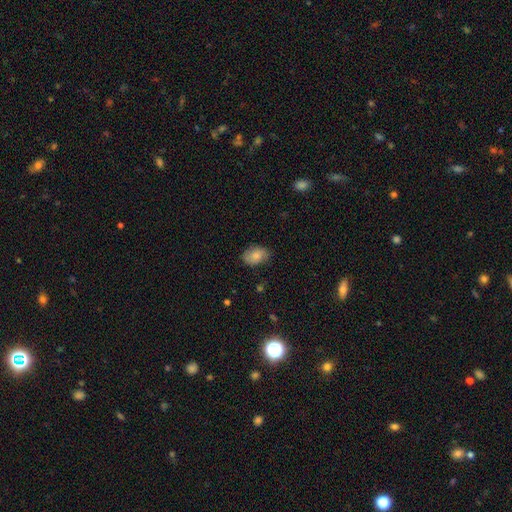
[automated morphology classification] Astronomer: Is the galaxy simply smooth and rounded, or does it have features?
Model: smooth — 82%.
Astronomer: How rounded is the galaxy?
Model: in between — 88%.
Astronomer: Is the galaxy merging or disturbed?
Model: none — 79%.